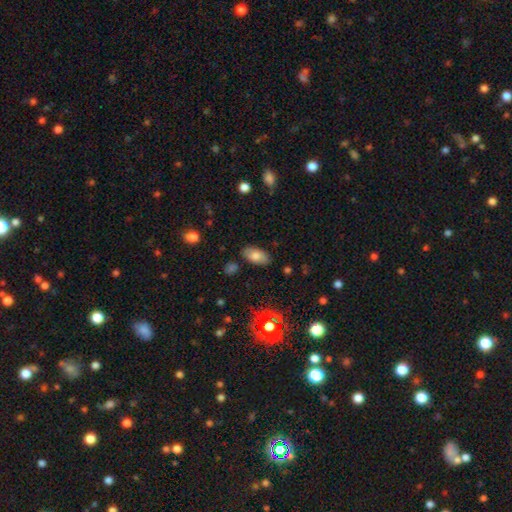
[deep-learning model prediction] A smooth galaxy with no disk features (78%) that is in between round and cigar-shaped (93%).

Vote fractions:
- Smooth or featured? smooth: 78% / featured or disk: 13% / star or artifact: 9%
- How rounded? in between: 93% / round: 4% / cigar-shaped: 3%
- Merging? none: 84% / minor disturbance: 11% / major disturbance: 3% / merger: 2%